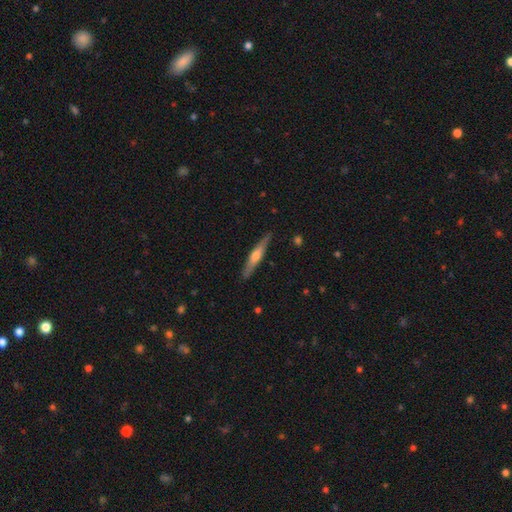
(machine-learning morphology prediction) Q: Smooth or featured?
A: featured or disk (57%); runner-up: smooth (38%)
Q: Edge-on disk?
A: yes (95%); runner-up: no (5%)
Q: Edge-on bulge?
A: rounded (83%); runner-up: none (9%)
Q: Merging?
A: none (86%); runner-up: minor disturbance (11%)